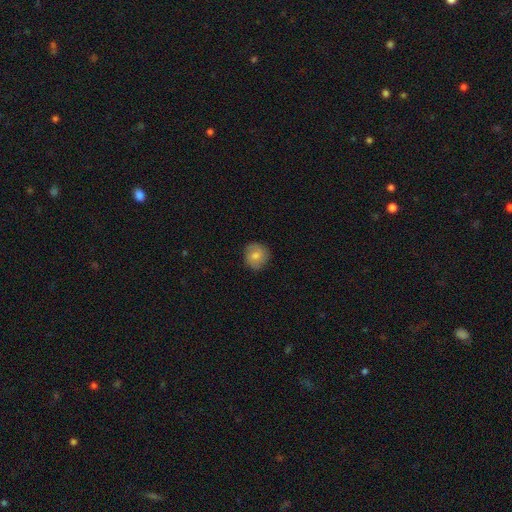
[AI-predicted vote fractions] smooth_or_featured: smooth (p=0.78) [alt: featured or disk p=0.14]
how_rounded: round (p=0.89) [alt: in between p=0.10]
merging: none (p=0.85) [alt: minor disturbance p=0.11]